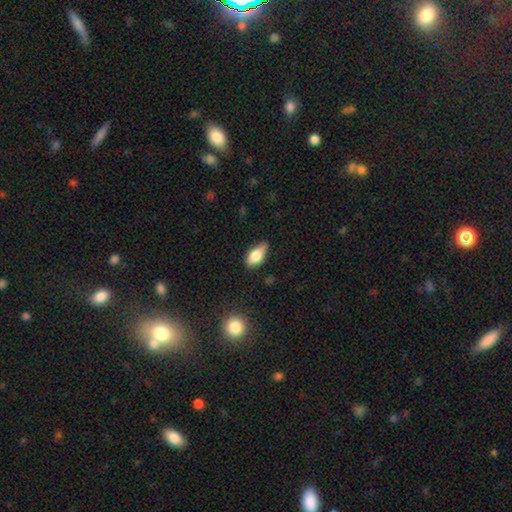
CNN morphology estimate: smooth_or_featured: smooth (p=0.73) [alt: featured or disk p=0.20]
how_rounded: in between (p=0.86) [alt: cigar-shaped p=0.08]
merging: none (p=0.68) [alt: minor disturbance p=0.25]